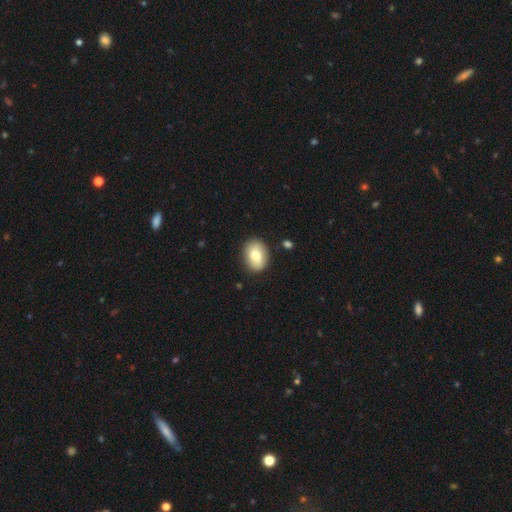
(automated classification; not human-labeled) Overall: smooth (78%). How rounded: in between (70%). Merging: none (87%).